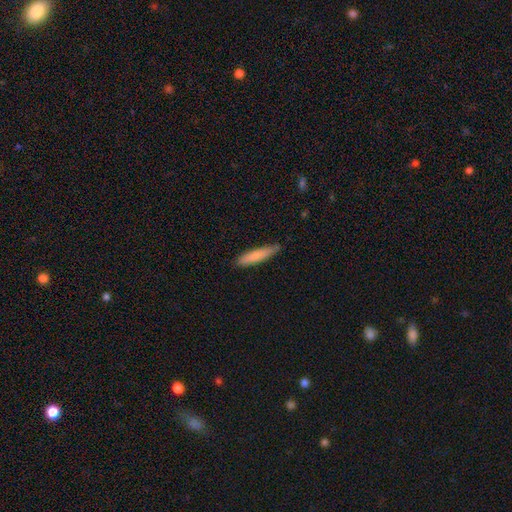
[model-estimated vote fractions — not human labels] A smooth galaxy with no disk features (80%) that is cigar-shaped (87%).

Vote fractions:
- Smooth or featured? smooth: 80% / featured or disk: 15% / star or artifact: 6%
- How rounded? cigar-shaped: 87% / in between: 12% / round: 1%
- Merging? none: 79% / minor disturbance: 17% / major disturbance: 2% / merger: 2%